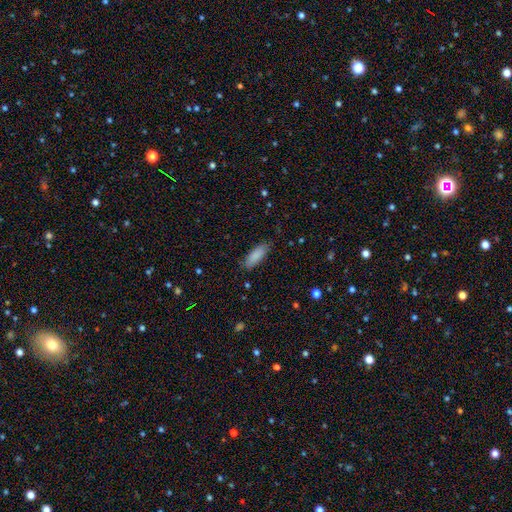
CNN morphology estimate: type=smooth (87%); roundness=in between (69%); merging=none (78%).